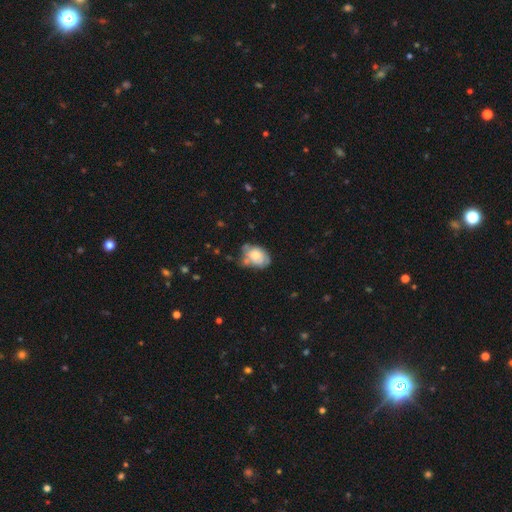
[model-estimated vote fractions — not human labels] Smooth or featured: smooth — 56% (featured or disk — 36%)
How rounded: in between — 75% (round — 24%)
Merging: none — 46% (minor disturbance — 33%)